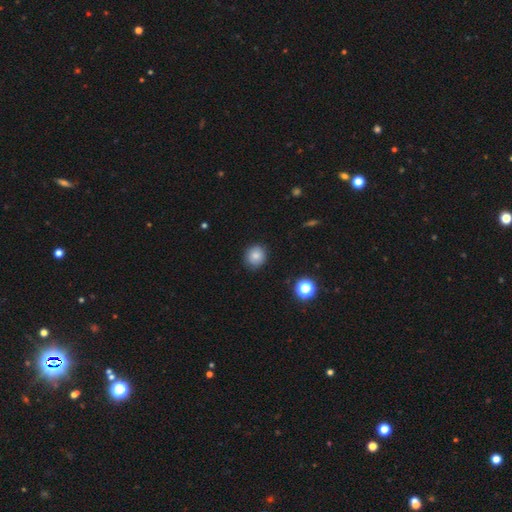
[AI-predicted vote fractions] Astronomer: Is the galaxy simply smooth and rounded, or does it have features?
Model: smooth — 82%.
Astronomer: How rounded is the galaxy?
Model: round — 85%.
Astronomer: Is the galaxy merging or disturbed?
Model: none — 87%.